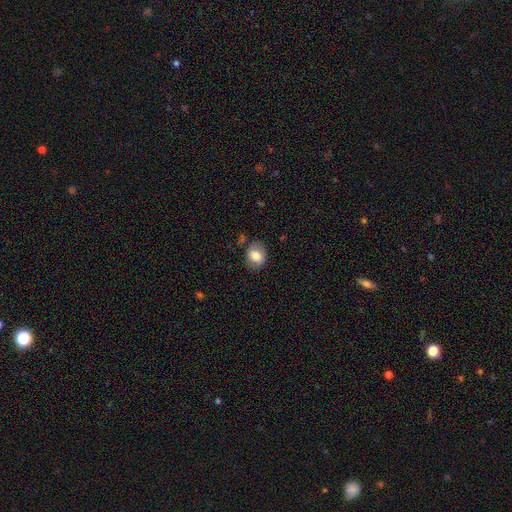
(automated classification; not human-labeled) This appears to be a smooth galaxy with no disk features (78%) that is in between round and cigar-shaped (58%). Merging: none (71%).